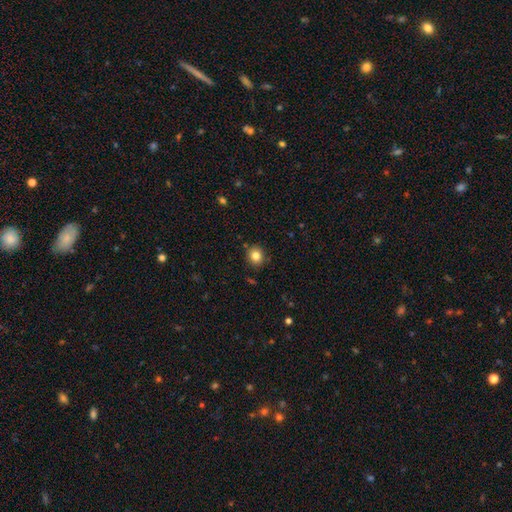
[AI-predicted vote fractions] Q: Smooth or featured?
A: smooth (83%); runner-up: star or artifact (11%)
Q: How rounded?
A: round (83%); runner-up: in between (16%)
Q: Merging?
A: none (88%); runner-up: minor disturbance (8%)